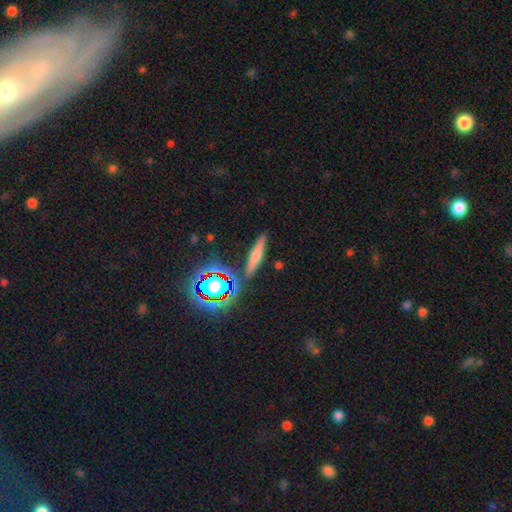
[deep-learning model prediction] Overall: smooth (44%; featured or disk 34%). Merging: none (85%).